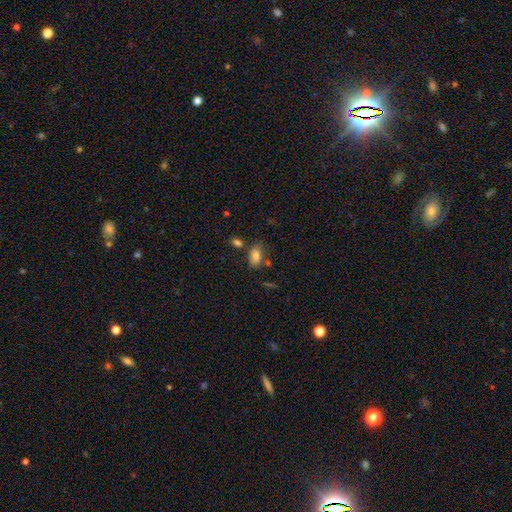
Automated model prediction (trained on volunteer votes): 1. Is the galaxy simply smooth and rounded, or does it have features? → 82% smooth, 9% star or artifact, 9% featured or disk.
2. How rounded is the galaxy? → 90% in between, 7% round, 3% cigar-shaped.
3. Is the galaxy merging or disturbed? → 66% none, 17% minor disturbance, 12% merger, 5% major disturbance.